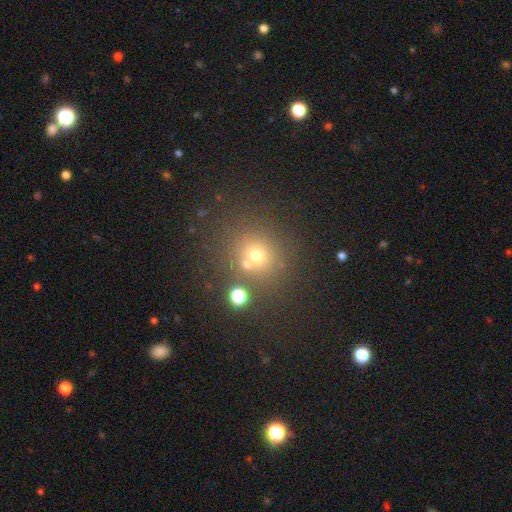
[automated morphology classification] This is likely a smooth galaxy (65%). How rounded: clearly round (87%). Merging: likely none (69%).